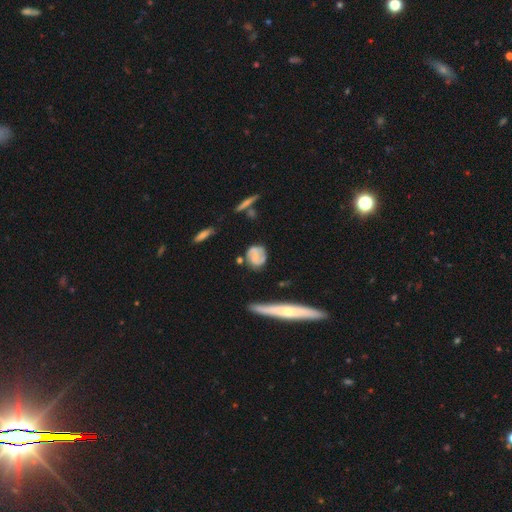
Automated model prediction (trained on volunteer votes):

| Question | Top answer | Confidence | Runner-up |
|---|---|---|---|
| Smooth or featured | featured or disk | 49% | smooth (43%) |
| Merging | none | 70% | minor disturbance (19%) |